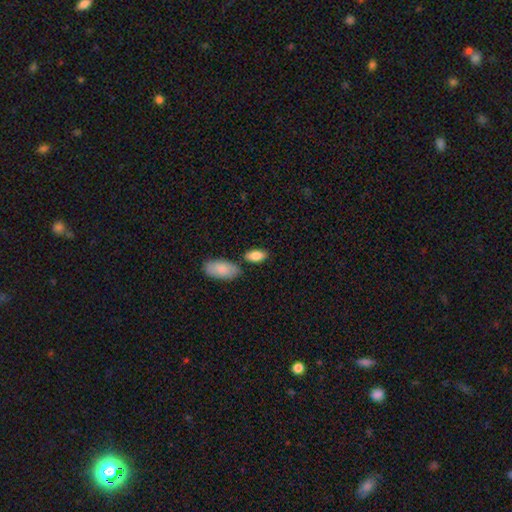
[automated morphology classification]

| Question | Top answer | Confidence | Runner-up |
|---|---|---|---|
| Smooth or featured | smooth | 86% | featured or disk (8%) |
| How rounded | in between | 92% | cigar-shaped (5%) |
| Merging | none | 75% | minor disturbance (12%) |